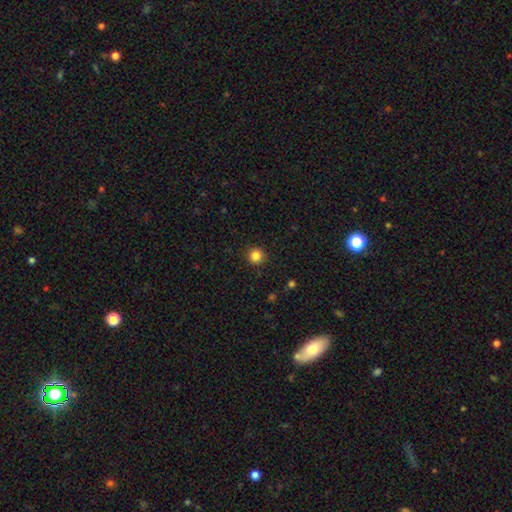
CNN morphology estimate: Smooth or featured: smooth — 85% (star or artifact — 11%)
How rounded: round — 94% (in between — 5%)
Merging: none — 92% (minor disturbance — 5%)